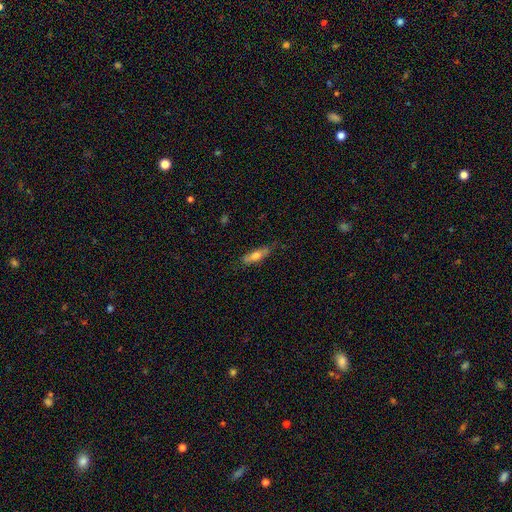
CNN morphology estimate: Q: Smooth or featured?
A: smooth (64%); runner-up: featured or disk (30%)
Q: How rounded?
A: cigar-shaped (53%); runner-up: in between (44%)
Q: Merging?
A: none (70%); runner-up: minor disturbance (23%)